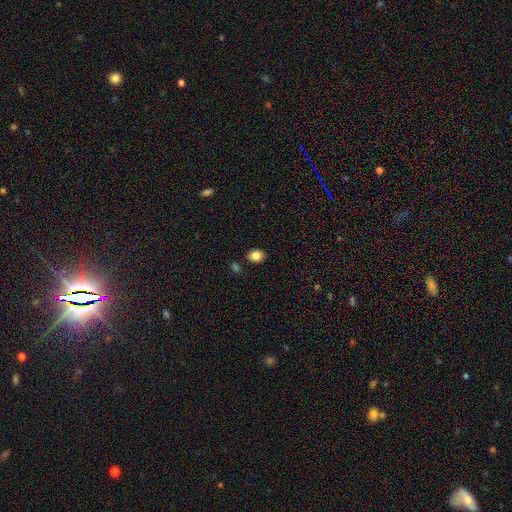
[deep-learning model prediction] Smooth or featured: smooth — 85% (star or artifact — 10%)
How rounded: round — 53% (in between — 46%)
Merging: none — 87% (minor disturbance — 8%)